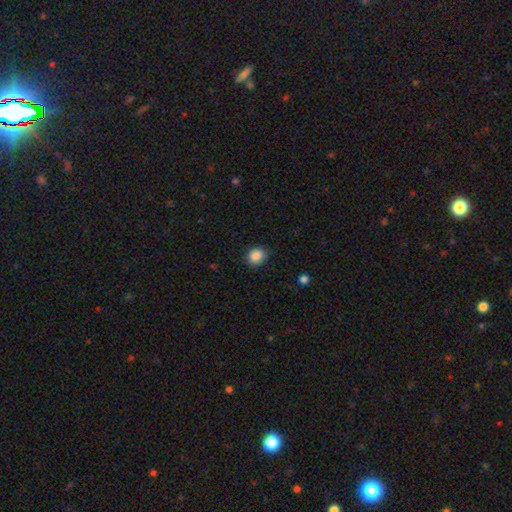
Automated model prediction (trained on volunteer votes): Smooth or featured: smooth — 87% (star or artifact — 9%)
How rounded: round — 69% (in between — 30%)
Merging: none — 85% (minor disturbance — 12%)